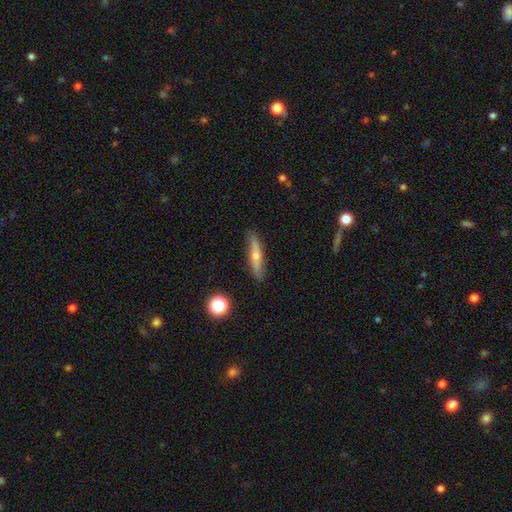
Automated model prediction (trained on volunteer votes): smooth_or_featured: featured or disk (p=0.47) [alt: smooth p=0.46]
merging: none (p=0.85) [alt: minor disturbance p=0.11]